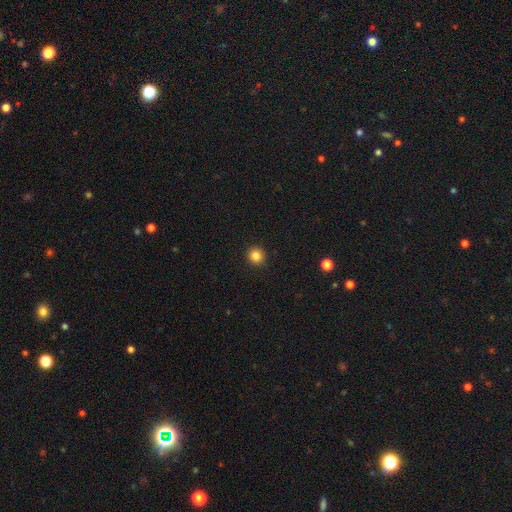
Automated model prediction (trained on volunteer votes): Smooth or featured?
  - smooth: 85% *
  - star or artifact: 11%
  - featured or disk: 4%
How rounded?
  - round: 92% *
  - in between: 7%
  - cigar-shaped: 1%
Merging?
  - none: 93% *
  - minor disturbance: 5%
  - major disturbance: 2%
  - merger: 1%